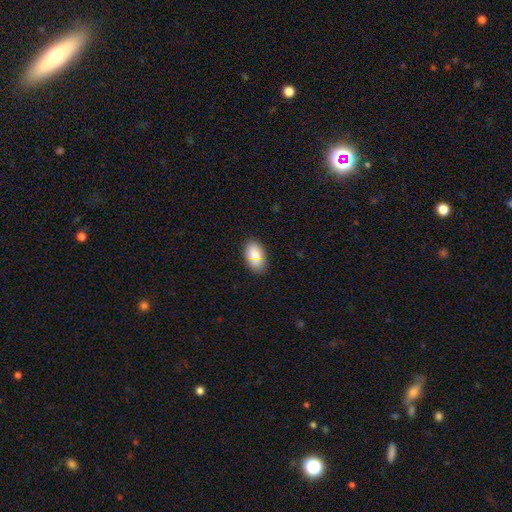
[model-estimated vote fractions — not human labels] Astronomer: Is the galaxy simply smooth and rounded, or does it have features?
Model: smooth — 80%.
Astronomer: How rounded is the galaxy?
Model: in between — 90%.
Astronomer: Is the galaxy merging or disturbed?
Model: none — 84%.